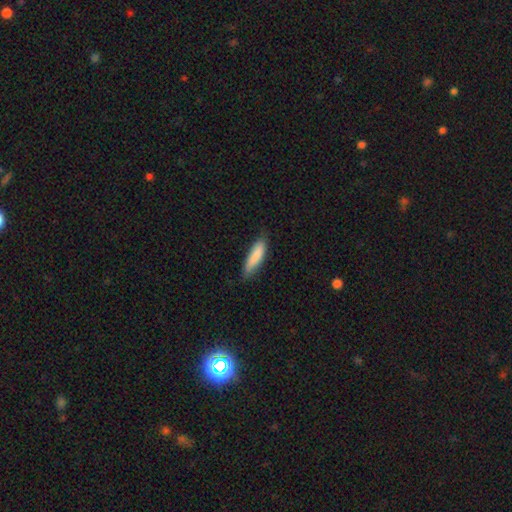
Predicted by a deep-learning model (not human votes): Smooth or featured?
  - smooth: 86% *
  - featured or disk: 9%
  - star or artifact: 5%
How rounded?
  - cigar-shaped: 68% *
  - in between: 30%
  - round: 1%
Merging?
  - none: 76% *
  - minor disturbance: 20%
  - major disturbance: 3%
  - merger: 1%